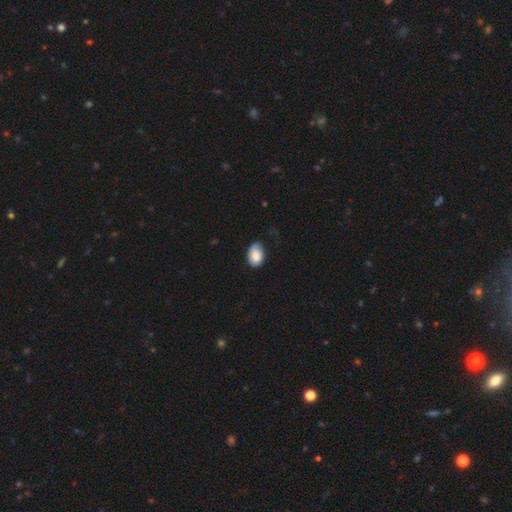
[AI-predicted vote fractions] Smooth or featured? smooth (84%)
How rounded? in between (88%)
Merging? none (64%)